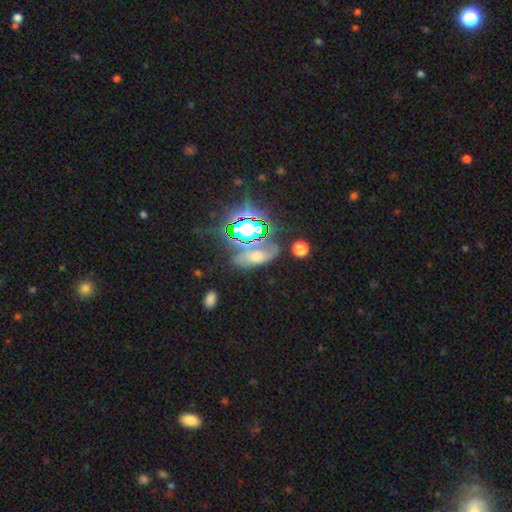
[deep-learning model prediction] Smooth or featured? star or artifact (44%)